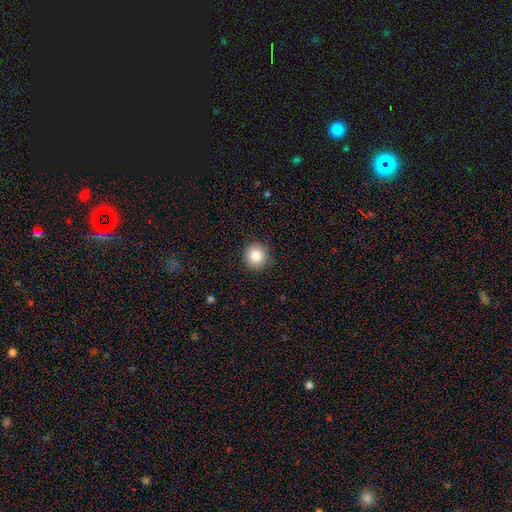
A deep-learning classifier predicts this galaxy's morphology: smooth 85%, star or artifact 9%, featured or disk 6%. Down the decision tree: how rounded — round (92%); merging — none (89%).